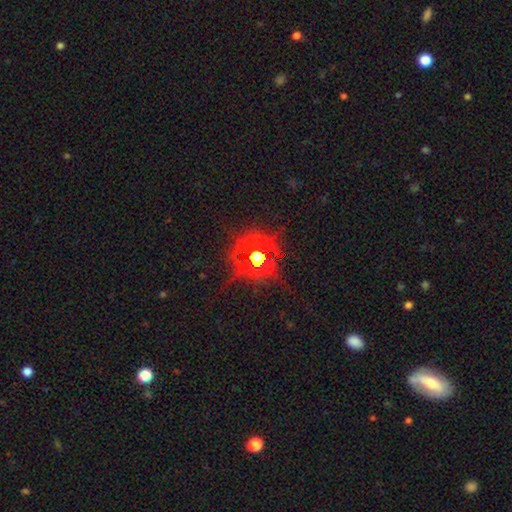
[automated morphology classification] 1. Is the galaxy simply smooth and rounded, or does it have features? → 64% star or artifact, 26% smooth, 10% featured or disk.